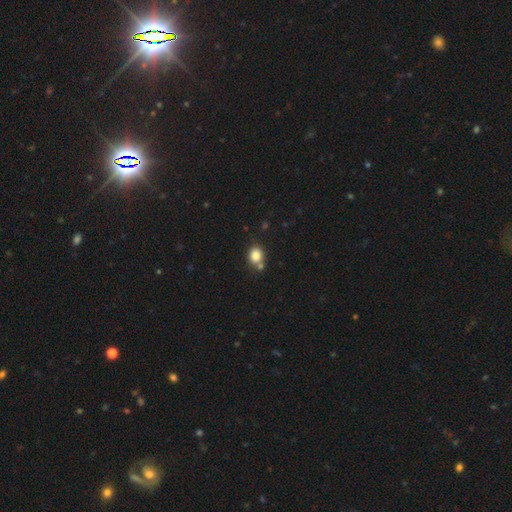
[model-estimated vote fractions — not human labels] The model was most divided on "how rounded": round: 60%, in between: 39%, cigar-shaped: 1%. More confident: smooth or featured — smooth (84%); merging — none (64%).